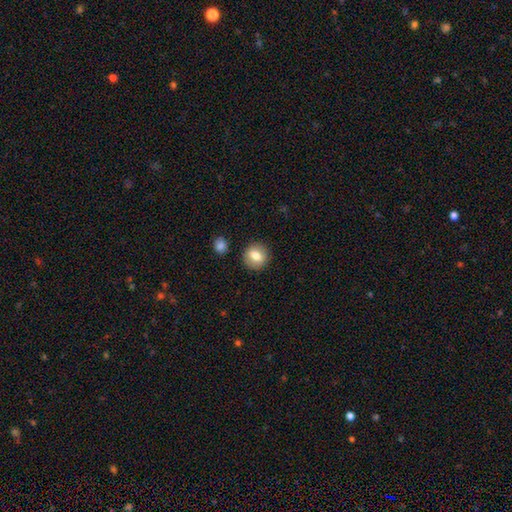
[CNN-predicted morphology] The model was most divided on "smooth or featured": smooth: 78%, featured or disk: 14%, star or artifact: 8%. More confident: merging — none (89%); how rounded — round (84%).